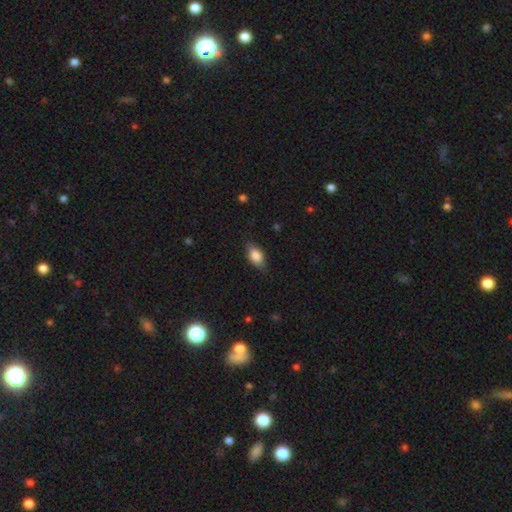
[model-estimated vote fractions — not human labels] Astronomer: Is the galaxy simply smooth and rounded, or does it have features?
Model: smooth — 79%.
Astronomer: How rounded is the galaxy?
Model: in between — 87%.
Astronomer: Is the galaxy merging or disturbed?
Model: none — 80%.